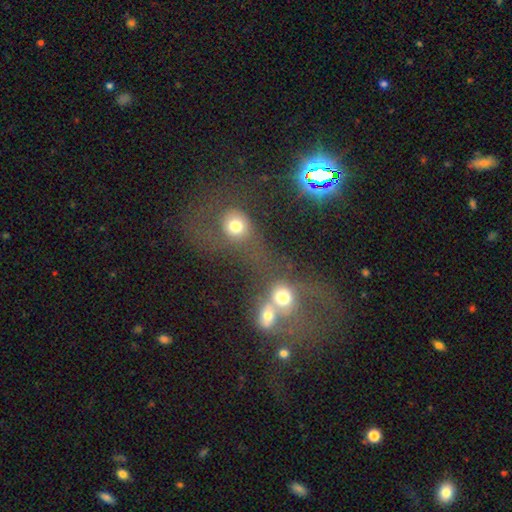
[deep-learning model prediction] A smooth galaxy with no disk features (48%).

Vote fractions:
- Smooth or featured? smooth: 48% / featured or disk: 26% / star or artifact: 26%
- Merging? merger: 70% / none: 13% / major disturbance: 12% / minor disturbance: 5%